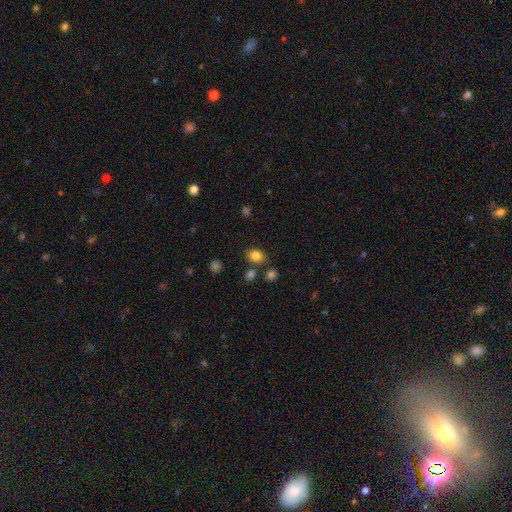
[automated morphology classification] Overall: smooth (82%). How rounded: in between (50%; round 49%). Merging: none (77%).